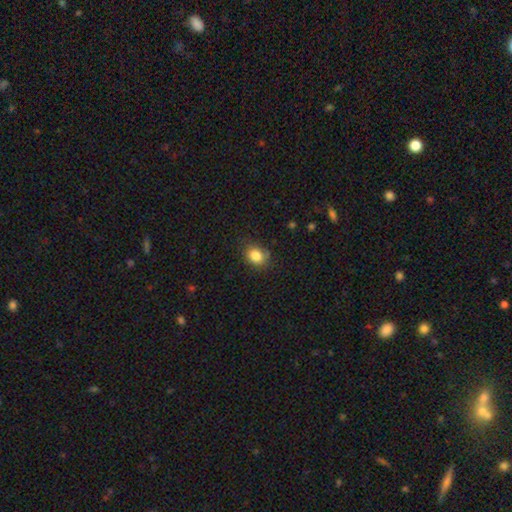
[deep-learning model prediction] A smooth galaxy with no disk features (84%) that is round (51%). Merging: none (78%).